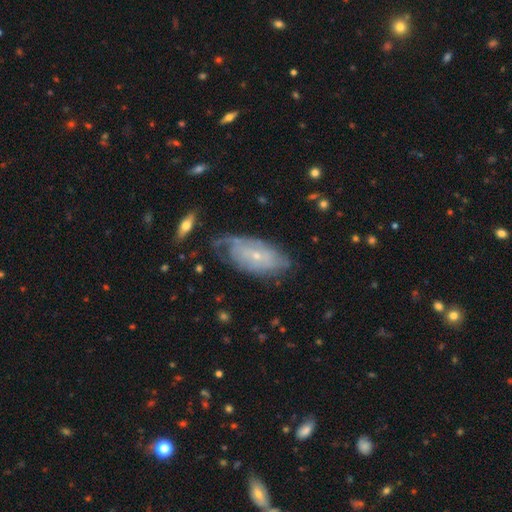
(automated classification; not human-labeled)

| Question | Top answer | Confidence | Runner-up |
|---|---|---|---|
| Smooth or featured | featured or disk | 64% | smooth (28%) |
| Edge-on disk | no | 90% | yes (10%) |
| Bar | no | 75% | weak (21%) |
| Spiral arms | yes | 77% | no (23%) |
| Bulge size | small | 77% | moderate (20%) |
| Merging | none | 58% | minor disturbance (27%) |